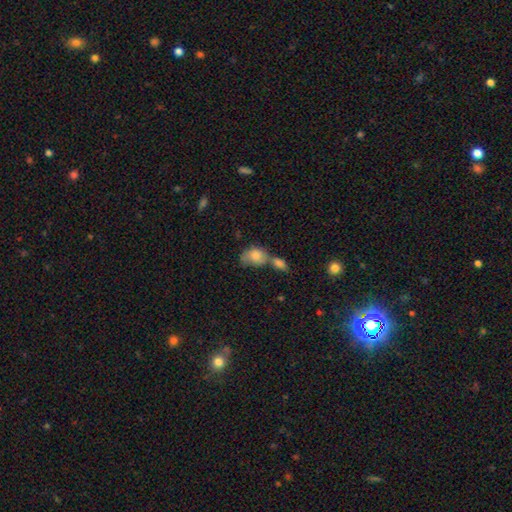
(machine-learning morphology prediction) Smooth or featured? smooth (78%)
How rounded? in between (70%)
Merging? merger (50%)